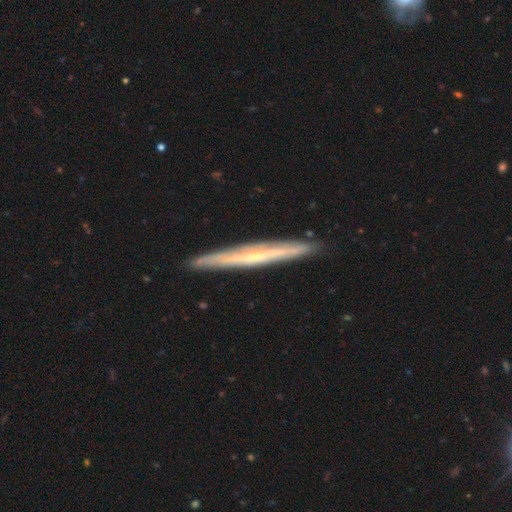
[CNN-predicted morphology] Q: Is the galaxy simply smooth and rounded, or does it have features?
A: featured or disk — 70%.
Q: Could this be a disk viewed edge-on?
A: yes — 94%.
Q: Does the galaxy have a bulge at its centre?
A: none — 54%.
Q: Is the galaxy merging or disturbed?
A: none — 90%.